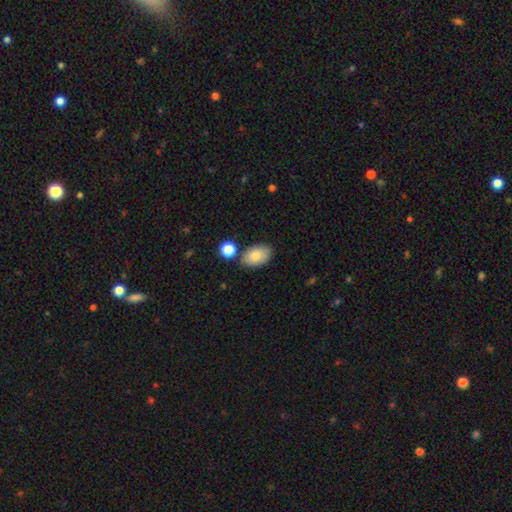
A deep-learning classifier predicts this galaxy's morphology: Q: Smooth or featured?
A: smooth (82%); runner-up: featured or disk (11%)
Q: How rounded?
A: in between (90%); runner-up: round (8%)
Q: Merging?
A: none (77%); runner-up: minor disturbance (13%)